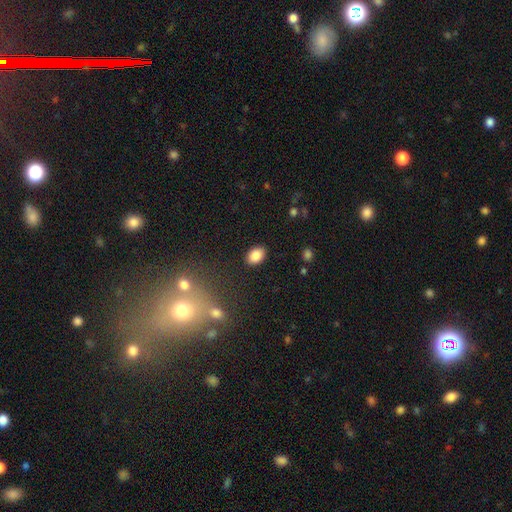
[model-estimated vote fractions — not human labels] smooth_or_featured: smooth (p=0.86) [alt: star or artifact p=0.09]
how_rounded: in between (p=0.83) [alt: round p=0.16]
merging: none (p=0.88) [alt: minor disturbance p=0.09]